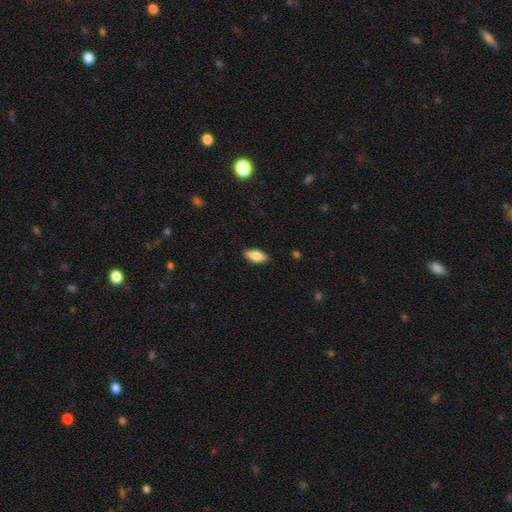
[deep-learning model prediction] This is clearly a smooth galaxy (82%). How rounded: clearly in between (87%). Merging: clearly none (88%).